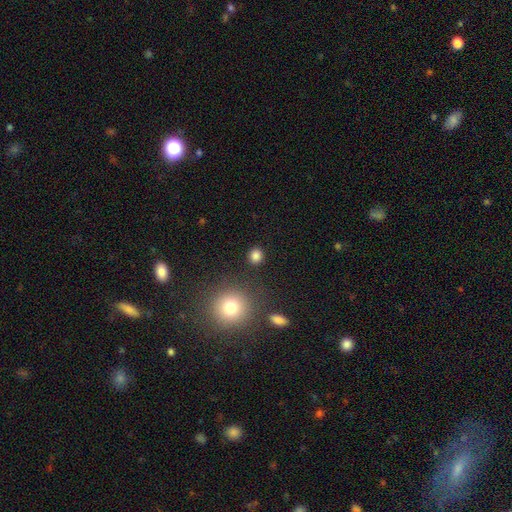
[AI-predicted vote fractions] smooth-or-featured: smooth: 83% | star or artifact: 13% | featured or disk: 4%
  how-rounded: round: 82% | in between: 17% | cigar-shaped: 1%
  merging: none: 87% | minor disturbance: 7% | merger: 3% | major disturbance: 3%